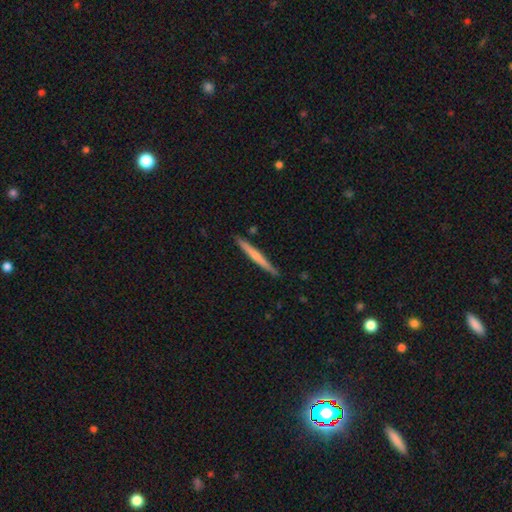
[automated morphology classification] smooth-or-featured: smooth: 51% | featured or disk: 44% | star or artifact: 5%
  how-rounded: cigar-shaped: 97% | in between: 2% | round: 1%
  merging: none: 90% | minor disturbance: 8% | merger: 2% | major disturbance: 1%